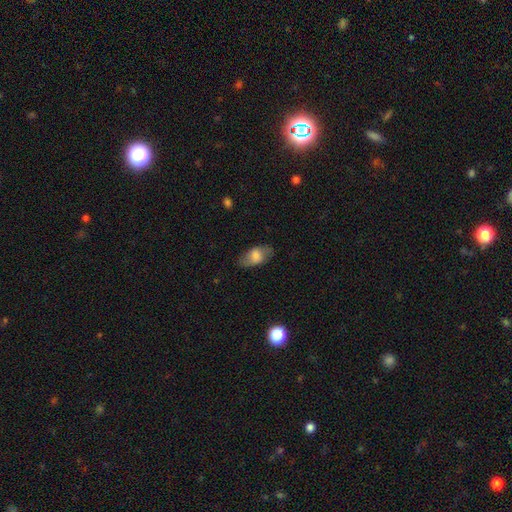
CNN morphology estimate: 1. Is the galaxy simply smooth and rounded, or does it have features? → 68% smooth, 24% featured or disk, 8% star or artifact.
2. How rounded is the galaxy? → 90% in between, 7% round, 4% cigar-shaped.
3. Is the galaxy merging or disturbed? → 74% none, 18% minor disturbance, 7% major disturbance, 1% merger.